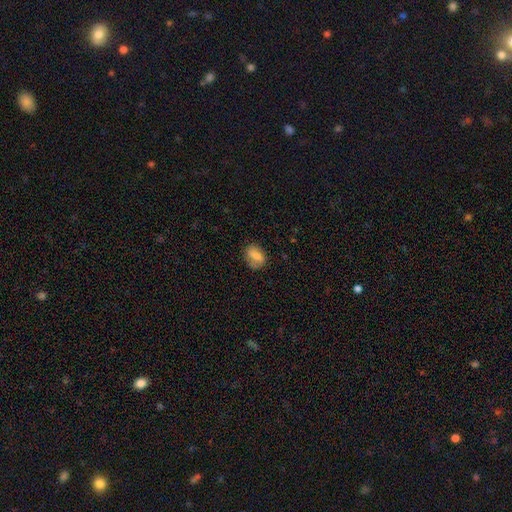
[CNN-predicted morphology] type=smooth (69%); roundness=in between (74%); merging=none (70%).